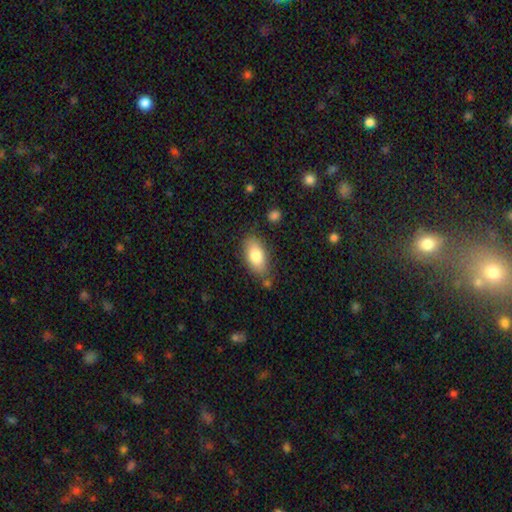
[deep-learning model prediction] Smooth or featured: smooth — 79% (featured or disk — 14%)
How rounded: in between — 90% (cigar-shaped — 6%)
Merging: none — 75% (minor disturbance — 16%)